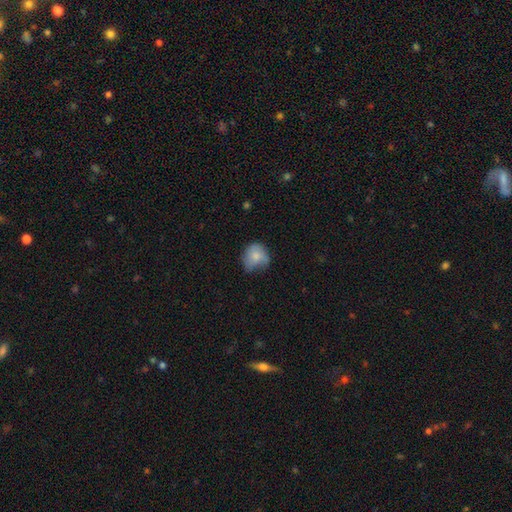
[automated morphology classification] smooth_or_featured: smooth (p=0.73) [alt: featured or disk p=0.19]
how_rounded: round (p=0.68) [alt: in between p=0.31]
merging: none (p=0.43) [alt: minor disturbance p=0.38]